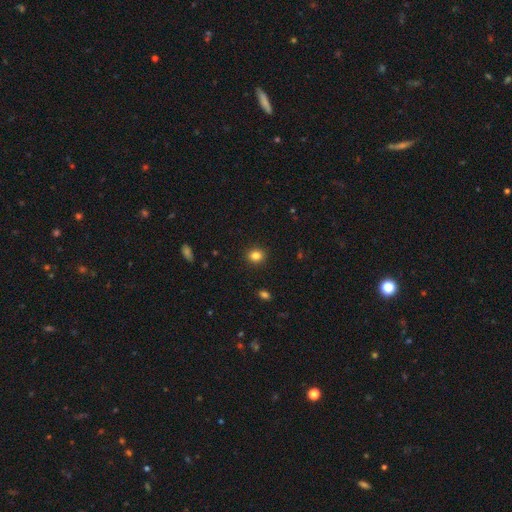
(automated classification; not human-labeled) Smooth or featured: smooth — 83% (star or artifact — 12%)
How rounded: round — 80% (in between — 19%)
Merging: none — 92% (minor disturbance — 5%)